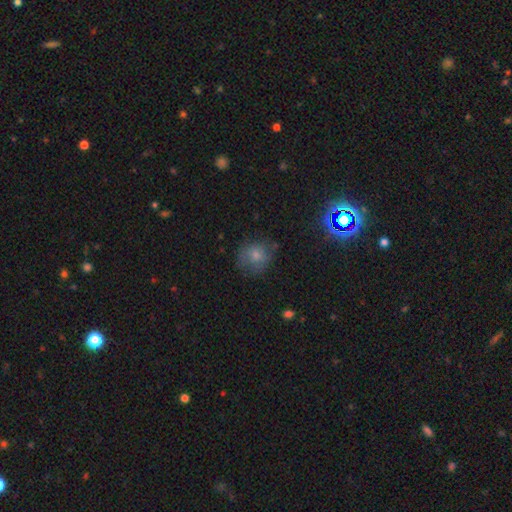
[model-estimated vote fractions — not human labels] Smooth or featured? Predicted: smooth (p=0.56). How rounded? Predicted: round (p=0.83). Merging? Predicted: none (p=0.72).